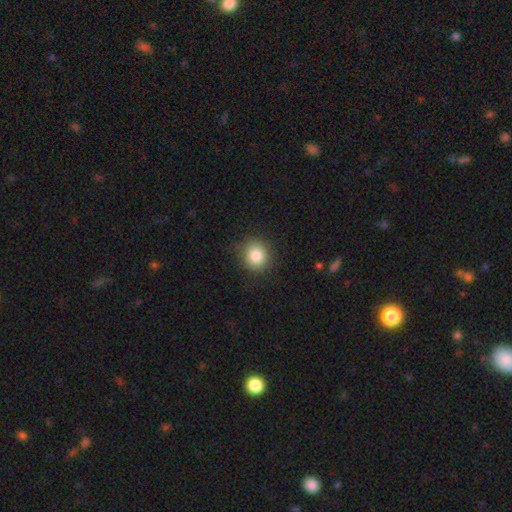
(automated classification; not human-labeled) Smooth or featured? Predicted: smooth (p=0.85). How rounded? Predicted: round (p=0.84). Merging? Predicted: none (p=0.87).